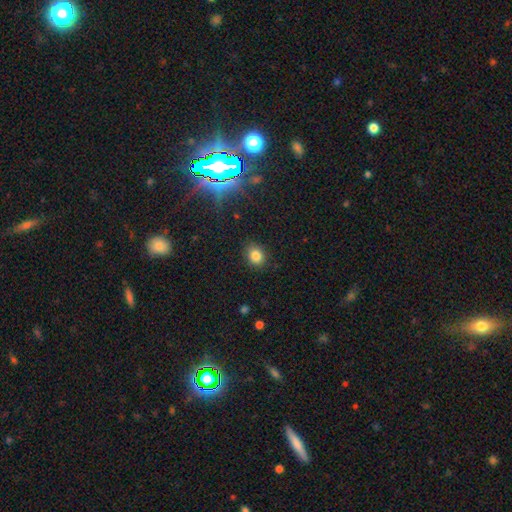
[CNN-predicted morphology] Smooth or featured?
  - smooth: 82% *
  - star or artifact: 13%
  - featured or disk: 6%
How rounded?
  - round: 57% *
  - in between: 42%
  - cigar-shaped: 1%
Merging?
  - none: 85% *
  - minor disturbance: 11%
  - major disturbance: 3%
  - merger: 1%